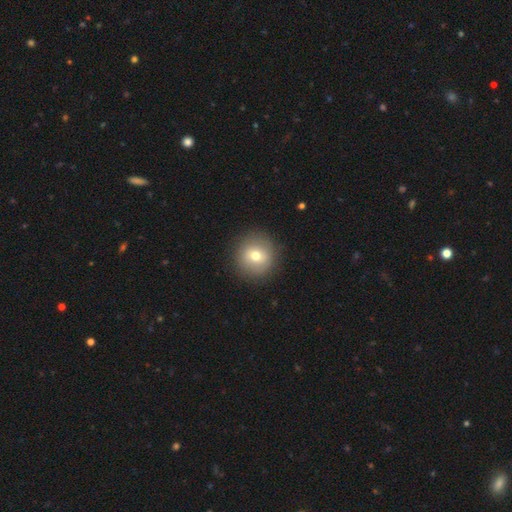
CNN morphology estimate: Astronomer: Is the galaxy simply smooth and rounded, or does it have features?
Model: smooth — 71%.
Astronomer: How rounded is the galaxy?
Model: round — 94%.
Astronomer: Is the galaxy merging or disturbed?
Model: none — 90%.